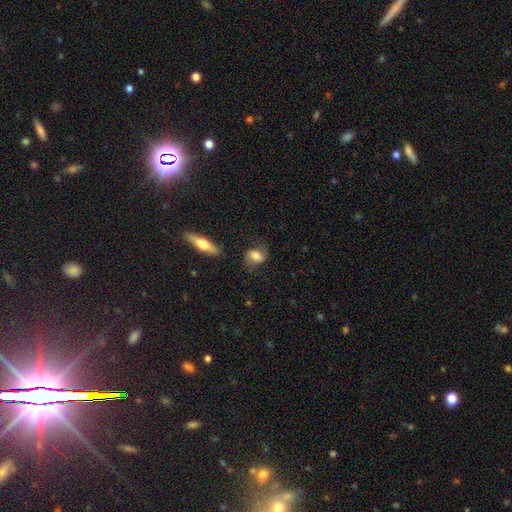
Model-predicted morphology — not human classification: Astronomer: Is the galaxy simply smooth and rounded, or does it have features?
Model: smooth — 47% (runner-up: featured or disk, 44%).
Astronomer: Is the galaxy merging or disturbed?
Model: none — 71%.